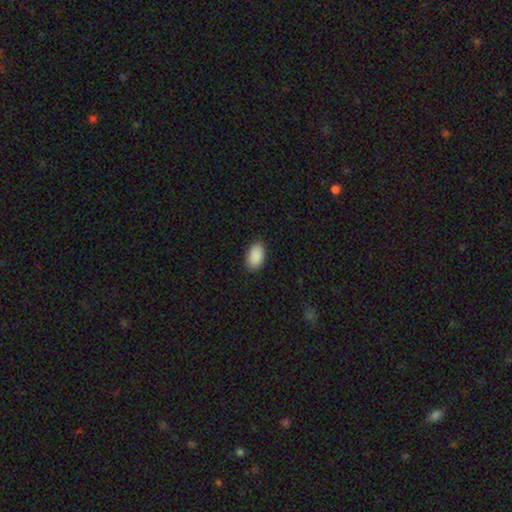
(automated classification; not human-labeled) This appears to be a smooth galaxy with no disk features (91%) that is in between round and cigar-shaped (94%). Merging: none (88%).